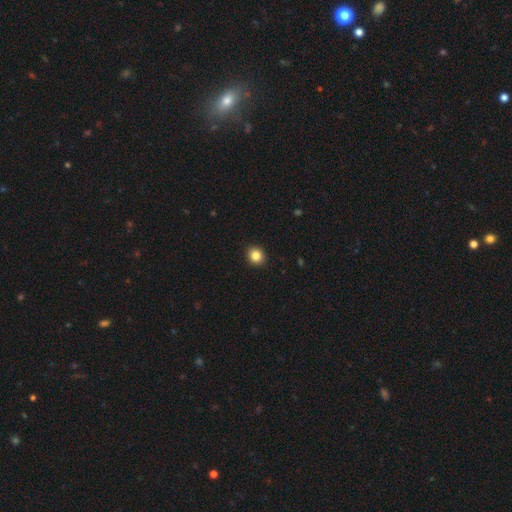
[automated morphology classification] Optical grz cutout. It shows a smooth galaxy with no disk features (85%) that is round (83%). Merging: none (92%).